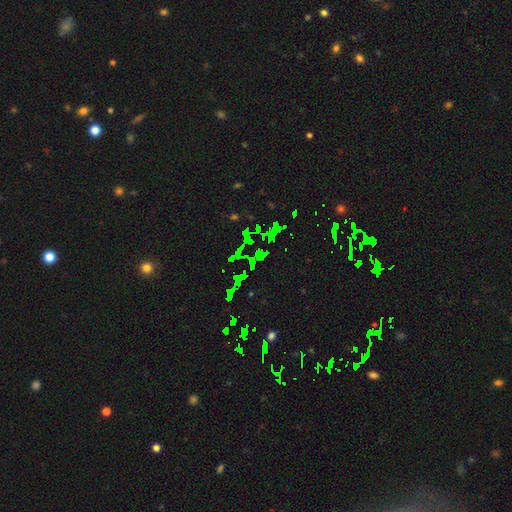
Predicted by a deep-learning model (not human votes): A star or artifact, not a galaxy (73%).